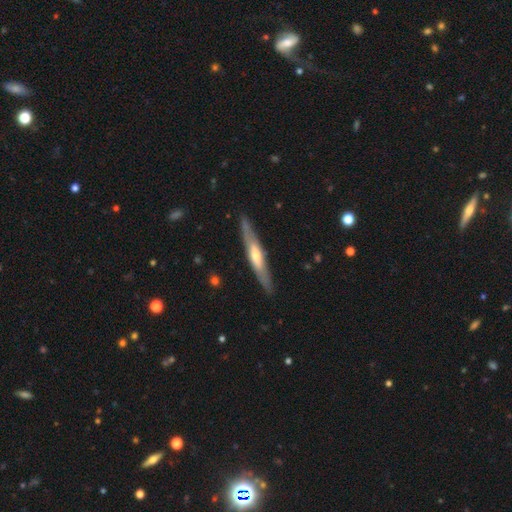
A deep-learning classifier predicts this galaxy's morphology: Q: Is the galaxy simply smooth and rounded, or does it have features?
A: featured or disk — 63%.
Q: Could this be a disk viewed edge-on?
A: yes — 87%.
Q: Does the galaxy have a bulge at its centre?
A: rounded — 72%.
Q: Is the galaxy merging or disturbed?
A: none — 87%.